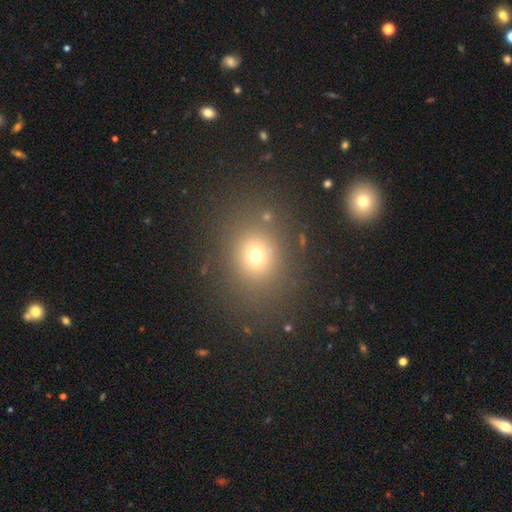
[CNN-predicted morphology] A smooth galaxy with no disk features (68%) that is round (68%).

Vote fractions:
- Smooth or featured? smooth: 68% / star or artifact: 22% / featured or disk: 11%
- How rounded? round: 68% / in between: 31% / cigar-shaped: 1%
- Merging? none: 81% / minor disturbance: 10% / major disturbance: 6% / merger: 3%